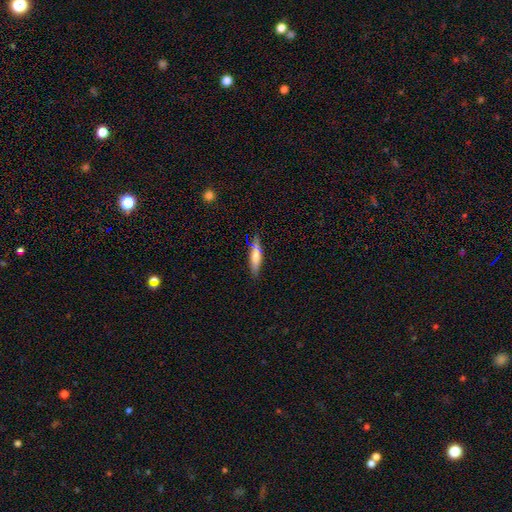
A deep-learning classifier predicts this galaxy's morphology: smooth_or_featured: smooth (p=0.66) [alt: featured or disk p=0.26]
how_rounded: cigar-shaped (p=0.67) [alt: in between p=0.30]
merging: none (p=0.76) [alt: minor disturbance p=0.17]